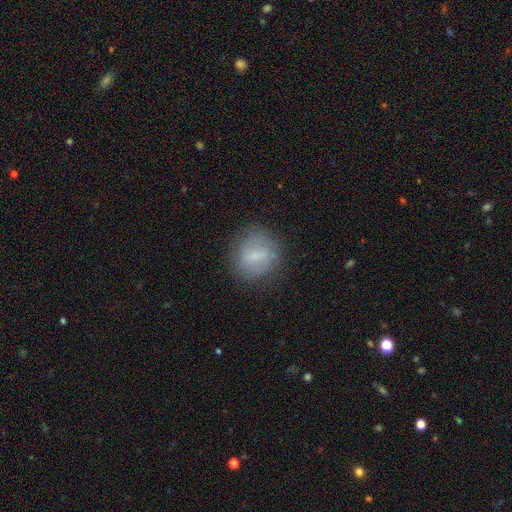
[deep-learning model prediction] Smooth or featured?
  - smooth: 65% *
  - featured or disk: 26%
  - star or artifact: 9%
How rounded?
  - round: 79% *
  - in between: 20%
  - cigar-shaped: 1%
Merging?
  - none: 74% *
  - minor disturbance: 18%
  - major disturbance: 7%
  - merger: 2%